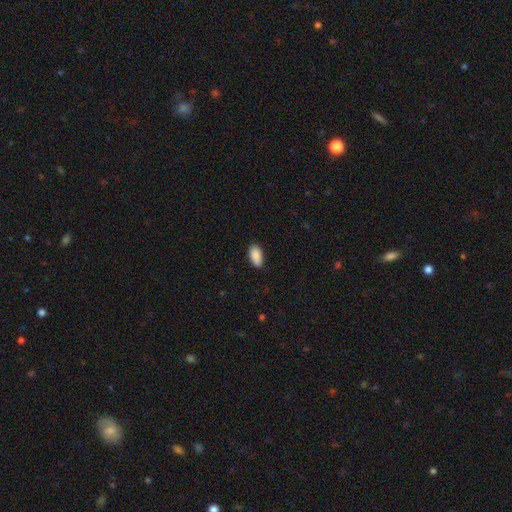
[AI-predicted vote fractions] Morphology: type=smooth (90%); roundness=in between (95%); merging=none (86%).